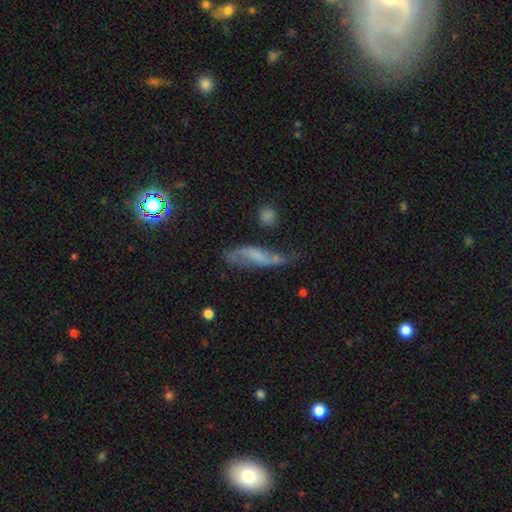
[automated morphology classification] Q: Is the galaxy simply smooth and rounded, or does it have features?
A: featured or disk — 51%.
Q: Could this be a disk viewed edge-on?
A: no — 79%.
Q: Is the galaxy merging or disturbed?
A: none — 43%.